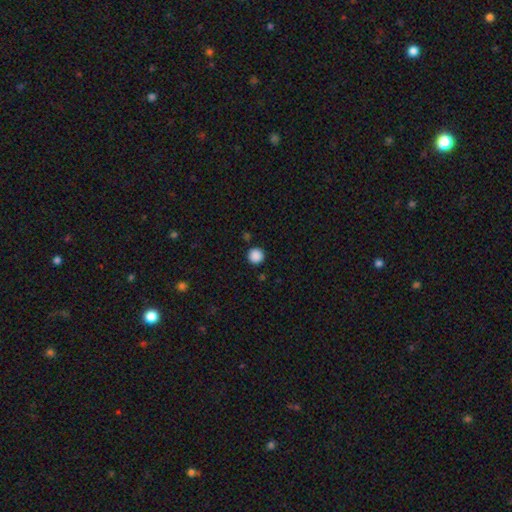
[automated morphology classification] A smooth galaxy with no disk features (88%) that is round (95%). Merging: none (90%).